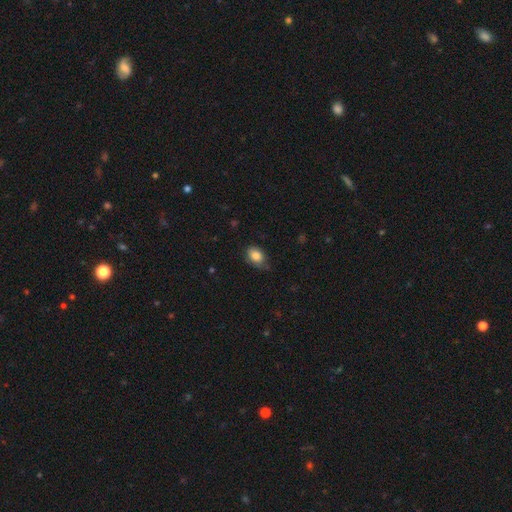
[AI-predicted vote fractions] A smooth galaxy with no disk features (83%) that is in between round and cigar-shaped (79%).

Vote fractions:
- Smooth or featured? smooth: 83% / featured or disk: 10% / star or artifact: 8%
- How rounded? in between: 79% / round: 19% / cigar-shaped: 1%
- Merging? none: 60% / minor disturbance: 32% / major disturbance: 7% / merger: 1%